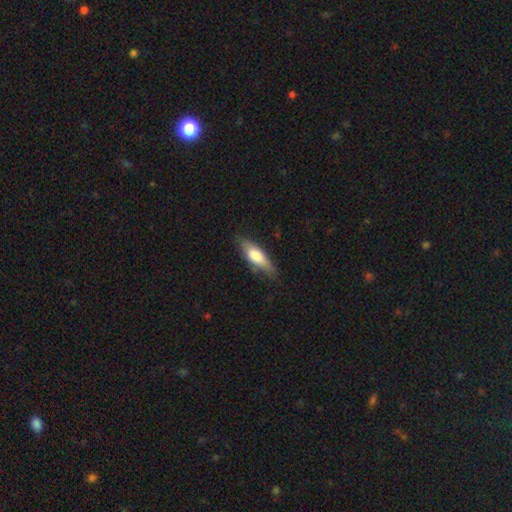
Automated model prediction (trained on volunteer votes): Morphology: type=smooth (69%); roundness=in between (56%); merging=none (71%).